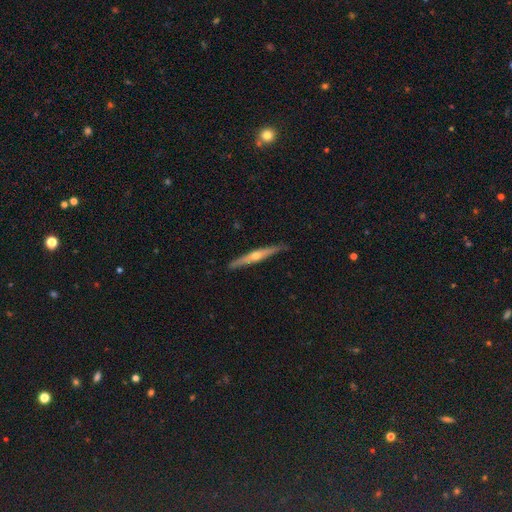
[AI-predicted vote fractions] Smooth or featured: featured or disk — 70% (smooth — 24%)
Edge-on disk: yes — 97% (no — 3%)
Edge-on bulge: rounded — 88% (none — 10%)
Merging: none — 89% (minor disturbance — 9%)